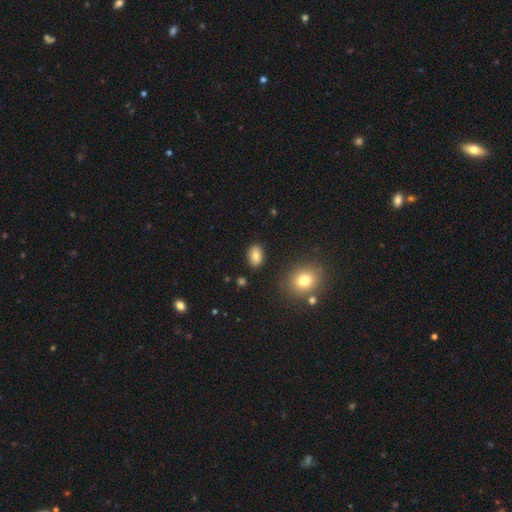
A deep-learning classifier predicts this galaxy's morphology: A smooth galaxy with no disk features (81%) that is in between round and cigar-shaped (77%). Merging: none (88%).